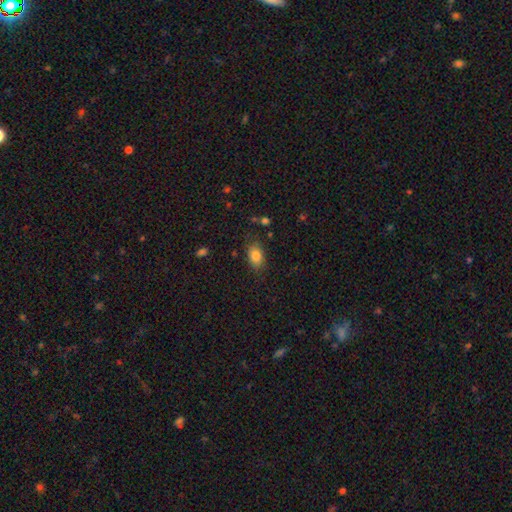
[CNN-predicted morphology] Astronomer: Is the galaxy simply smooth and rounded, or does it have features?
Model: smooth — 83%.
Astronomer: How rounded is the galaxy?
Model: in between — 85%.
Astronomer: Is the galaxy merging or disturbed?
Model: none — 79%.